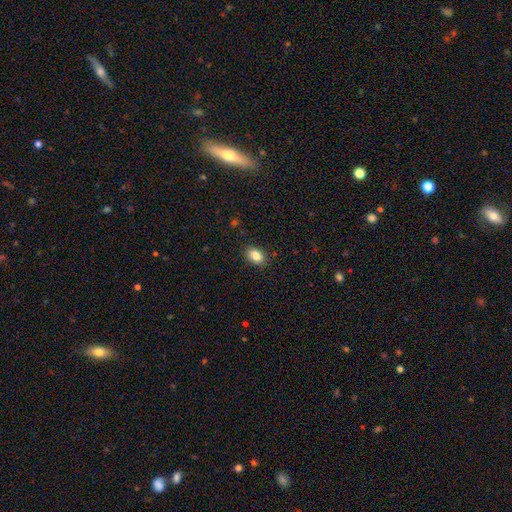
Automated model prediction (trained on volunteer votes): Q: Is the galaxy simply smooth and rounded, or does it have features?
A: smooth — 84%.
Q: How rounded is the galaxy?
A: in between — 81%.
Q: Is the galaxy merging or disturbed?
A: none — 88%.